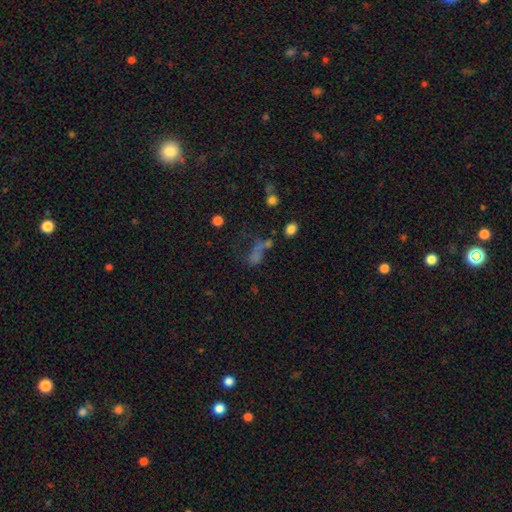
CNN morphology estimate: A smooth galaxy with no disk features (43%). Merging: none (34%).